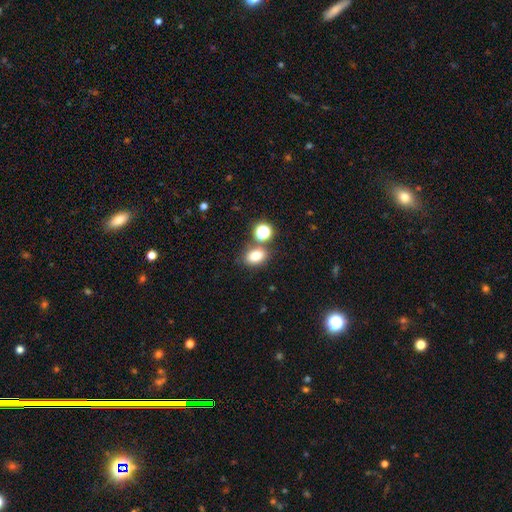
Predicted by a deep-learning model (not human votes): Q: Smooth or featured?
A: smooth (79%); runner-up: star or artifact (14%)
Q: How rounded?
A: in between (69%); runner-up: round (30%)
Q: Merging?
A: none (69%); runner-up: merger (15%)